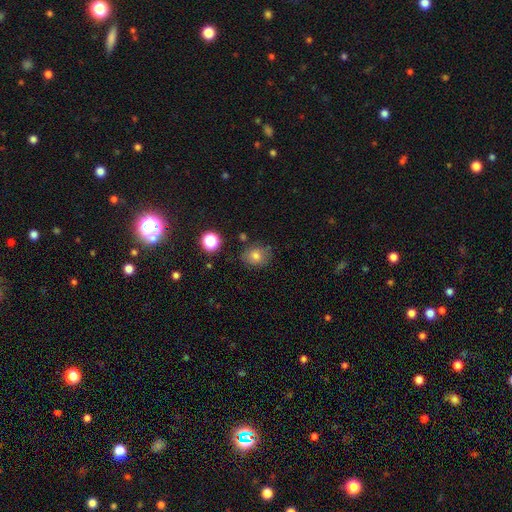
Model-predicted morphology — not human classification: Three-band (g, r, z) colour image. It shows a smooth galaxy with no disk features (74%) that is round (61%). Merging: none (72%).